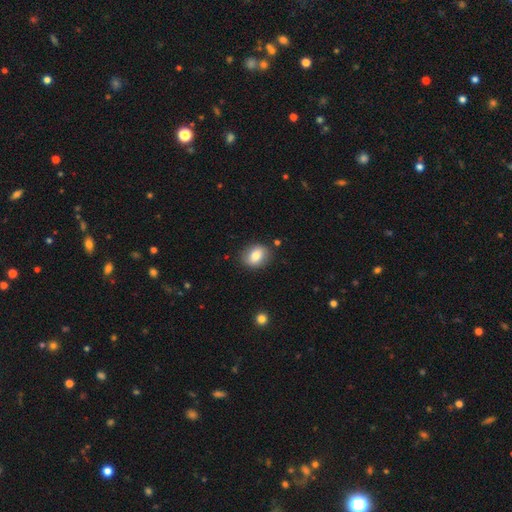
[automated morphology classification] smooth-or-featured: smooth: 78% | featured or disk: 14% | star or artifact: 8%
  how-rounded: in between: 55% | round: 44% | cigar-shaped: 1%
  merging: none: 84% | minor disturbance: 11% | major disturbance: 3% | merger: 2%